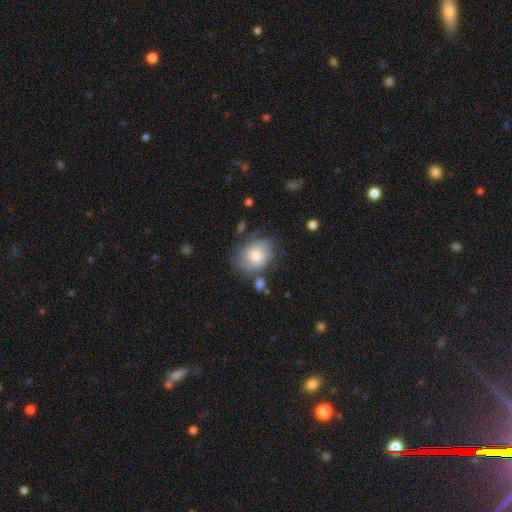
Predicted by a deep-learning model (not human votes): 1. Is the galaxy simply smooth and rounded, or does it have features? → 52% smooth, 40% featured or disk, 8% star or artifact.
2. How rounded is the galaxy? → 52% in between, 47% round, 1% cigar-shaped.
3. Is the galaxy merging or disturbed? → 52% none, 26% minor disturbance, 15% major disturbance, 7% merger.